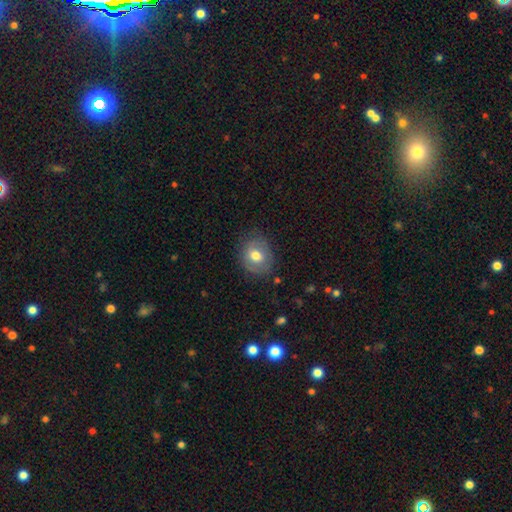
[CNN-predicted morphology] Smooth or featured: smooth — 68% (featured or disk — 23%)
How rounded: round — 59% (in between — 40%)
Merging: none — 77% (minor disturbance — 17%)